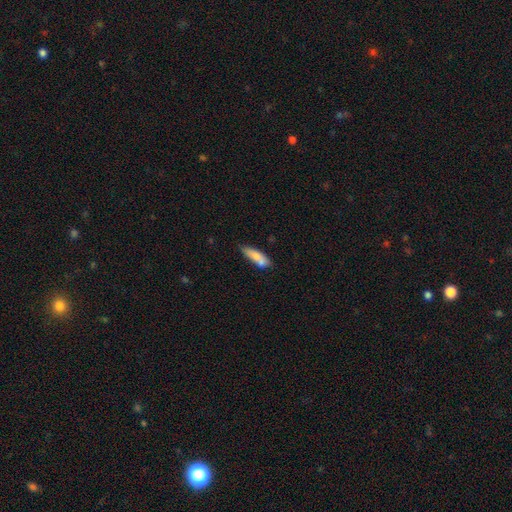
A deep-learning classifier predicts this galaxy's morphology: Smooth or featured? Predicted: smooth (p=0.75). How rounded? Predicted: cigar-shaped (p=0.59). Merging? Predicted: none (p=0.55).